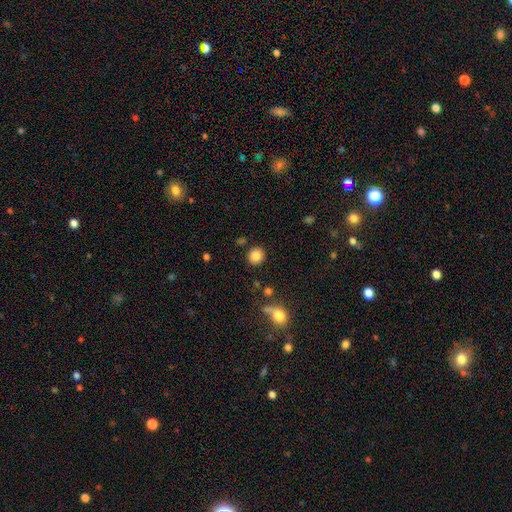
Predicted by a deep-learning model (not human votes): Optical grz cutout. It shows a smooth galaxy with no disk features (85%) that is round (86%). Merging: none (86%).